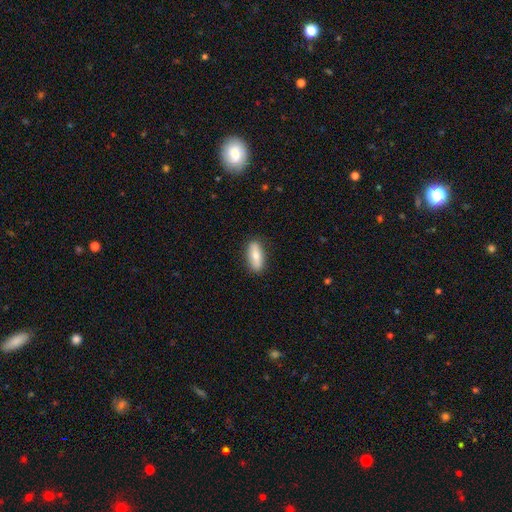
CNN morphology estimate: A smooth galaxy with no disk features (70%) that is in between round and cigar-shaped (74%).

Vote fractions:
- Smooth or featured? smooth: 70% / featured or disk: 24% / star or artifact: 6%
- How rounded? in between: 74% / cigar-shaped: 23% / round: 3%
- Merging? none: 87% / minor disturbance: 10% / major disturbance: 2% / merger: 1%